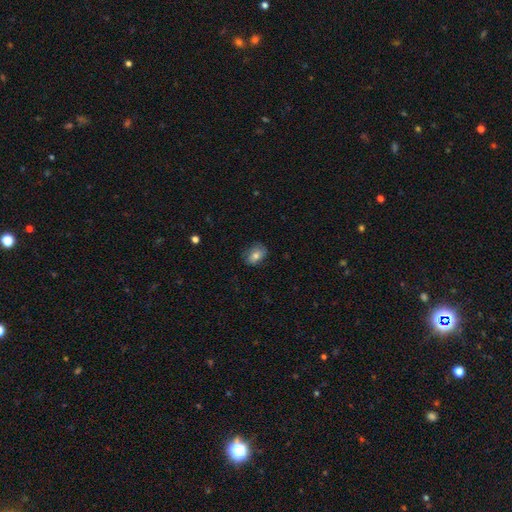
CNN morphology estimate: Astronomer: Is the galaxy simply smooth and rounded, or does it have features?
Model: smooth — 72%.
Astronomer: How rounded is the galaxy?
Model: in between — 74%.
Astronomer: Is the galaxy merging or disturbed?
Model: none — 74%.